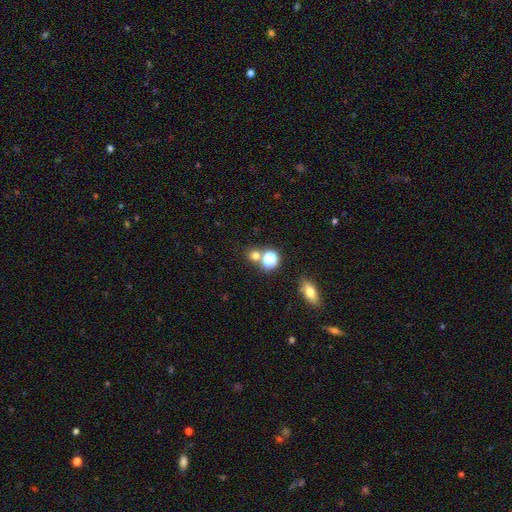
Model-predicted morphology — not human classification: This is likely a smooth galaxy (67%). How rounded: clearly round (85%). Merging: likely none (66%).